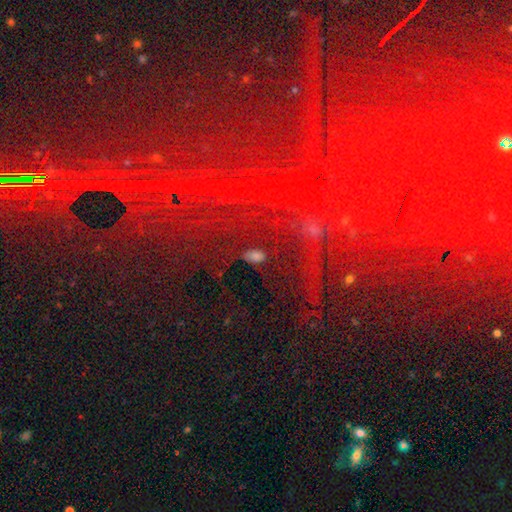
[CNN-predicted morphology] star or artifact 54%, smooth 30%, featured or disk 15%.